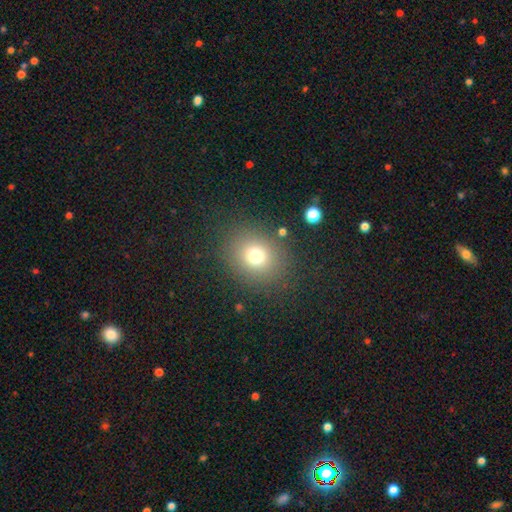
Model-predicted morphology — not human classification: smooth_or_featured: smooth (p=0.74) [alt: star or artifact p=0.17]
how_rounded: round (p=0.75) [alt: in between p=0.24]
merging: none (p=0.84) [alt: minor disturbance p=0.08]